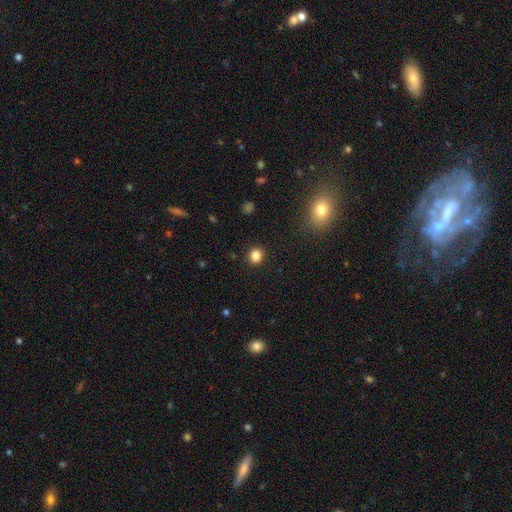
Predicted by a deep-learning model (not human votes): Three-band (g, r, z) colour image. It shows a smooth galaxy with no disk features (84%) that is round (82%). Merging: none (91%).